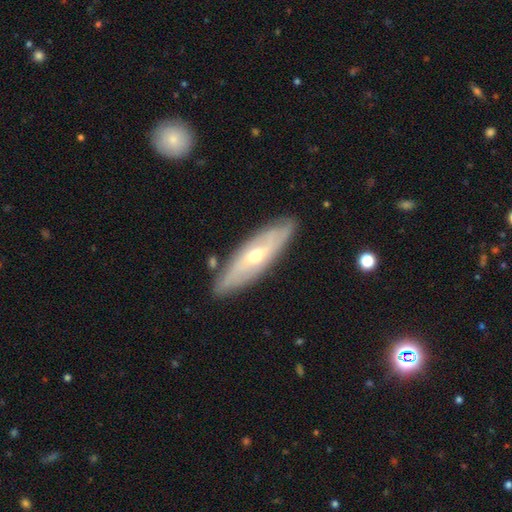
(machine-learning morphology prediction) Smooth or featured? Predicted: featured or disk (p=0.64). Edge-on disk? Predicted: no (p=0.55). Merging? Predicted: none (p=0.85).